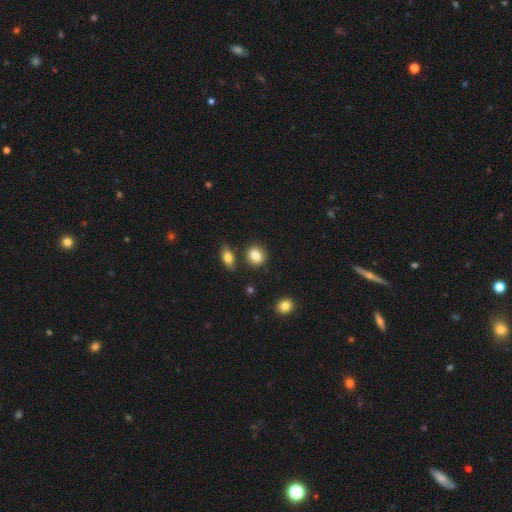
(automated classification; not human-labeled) Overall: smooth (85%). How rounded: round (61%; in between 37%). Merging: none (78%).